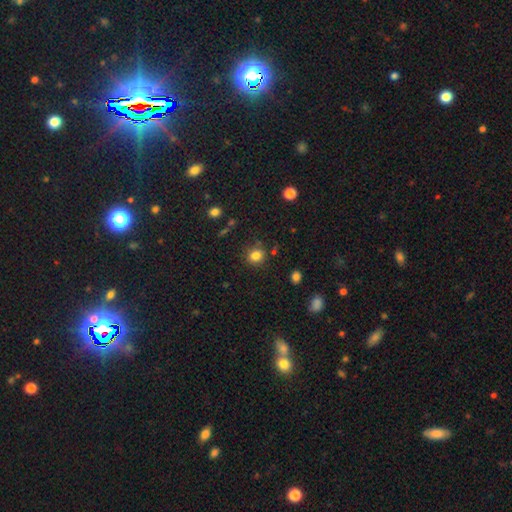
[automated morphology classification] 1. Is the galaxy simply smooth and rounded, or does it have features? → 82% smooth, 12% star or artifact, 6% featured or disk.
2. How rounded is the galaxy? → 82% round, 17% in between, 1% cigar-shaped.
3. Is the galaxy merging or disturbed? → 81% none, 11% minor disturbance, 4% merger, 3% major disturbance.